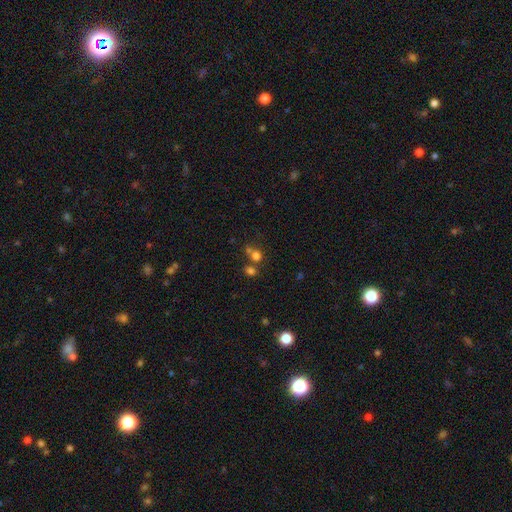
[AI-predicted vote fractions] smooth 70%, star or artifact 20%, featured or disk 10%. Down the decision tree: how rounded — round (77%); merging — none (50%).